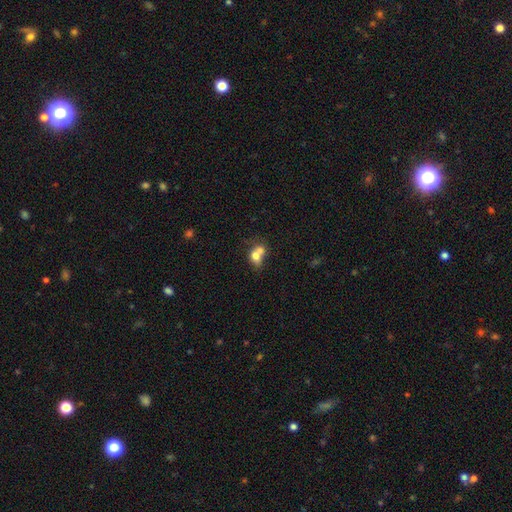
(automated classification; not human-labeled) Overall: smooth (70%). How rounded: in between (53%; round 46%). Merging: merger (67%).